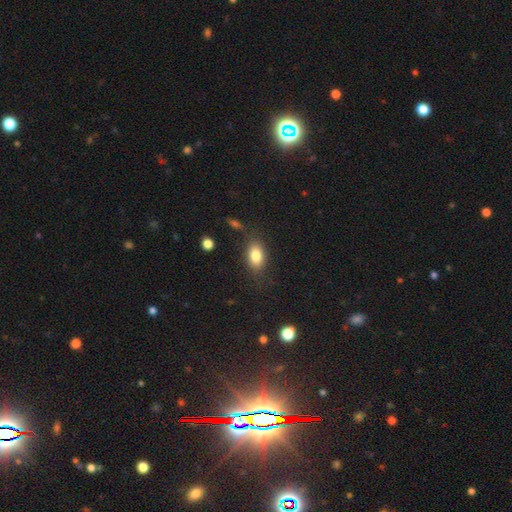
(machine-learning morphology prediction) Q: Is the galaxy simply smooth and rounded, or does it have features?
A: smooth — 81%.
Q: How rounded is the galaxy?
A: in between — 82%.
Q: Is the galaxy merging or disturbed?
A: none — 76%.